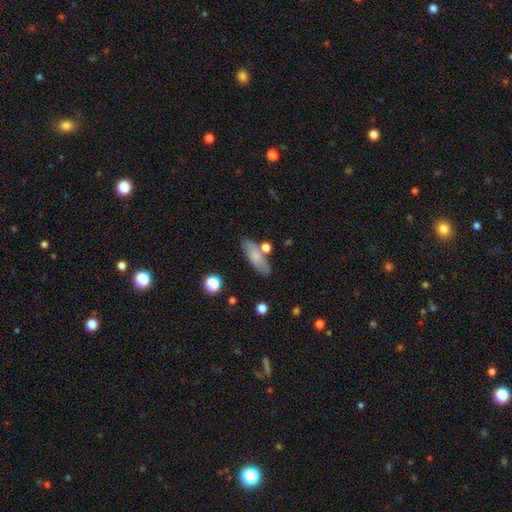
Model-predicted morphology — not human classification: The model was most divided on "how rounded": in between: 57%, cigar-shaped: 40%, round: 3%. More confident: smooth or featured — smooth (76%); merging — none (74%).